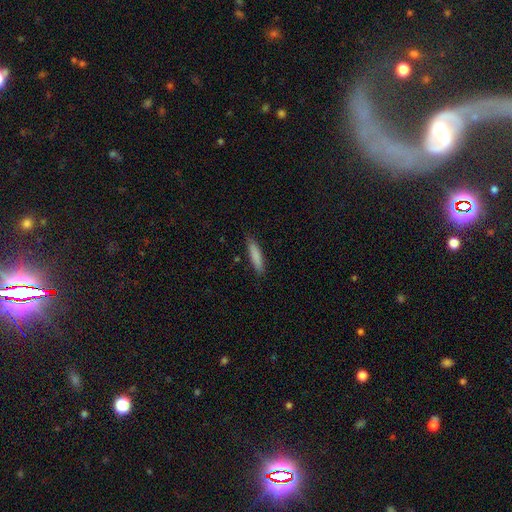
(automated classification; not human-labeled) The model was most divided on "how rounded": cigar-shaped: 82%, in between: 17%, round: 1%. More confident: merging — none (84%); smooth or featured — smooth (84%).